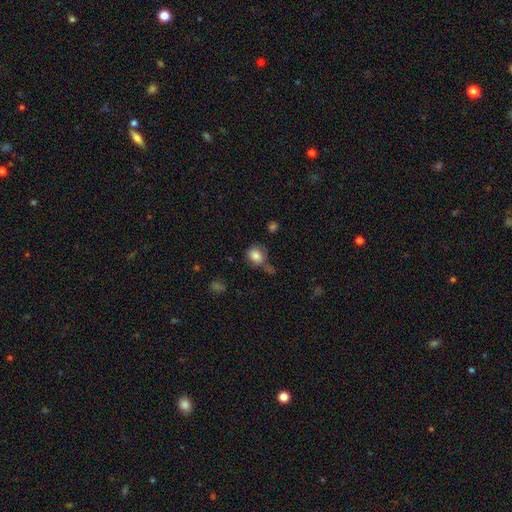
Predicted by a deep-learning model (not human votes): This is clearly a smooth galaxy (83%). How rounded: possibly round (56%). Merging: possibly none (58%).